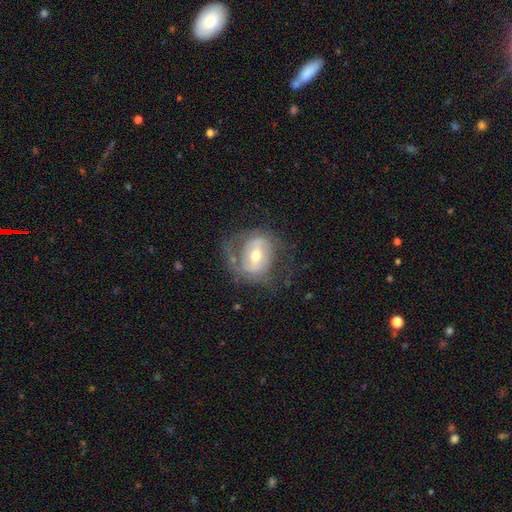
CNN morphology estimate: Overall: featured or disk (72%). Edge-on disk: no (95%). Bar: weak (41%; strong 38%). Spiral arms: yes (69%; no 31%). Bulge size: moderate (64%; small 29%). Merging: none (56%; major disturbance 21%).